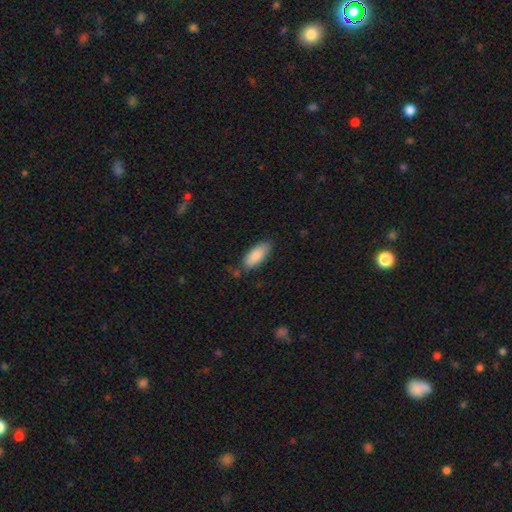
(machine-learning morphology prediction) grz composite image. It shows a smooth galaxy with no disk features (86%) that is in between round and cigar-shaped (80%). Merging: none (75%).